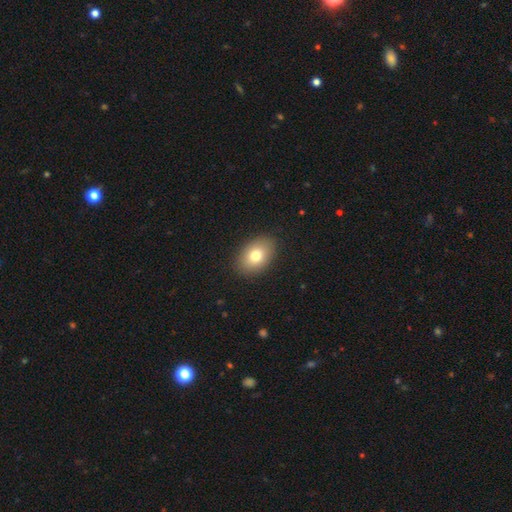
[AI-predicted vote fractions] Smooth or featured: smooth — 78% (featured or disk — 13%)
How rounded: in between — 81% (round — 18%)
Merging: none — 89% (minor disturbance — 8%)